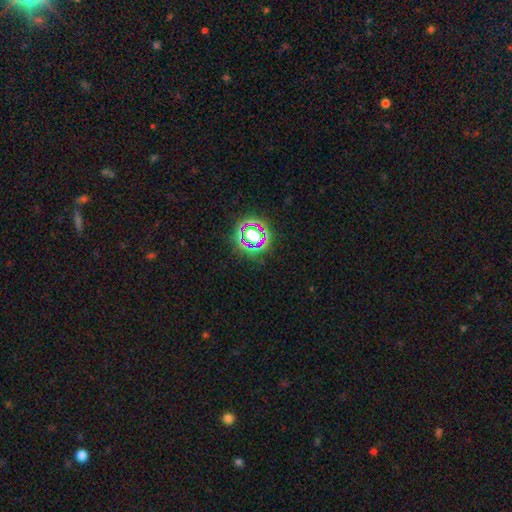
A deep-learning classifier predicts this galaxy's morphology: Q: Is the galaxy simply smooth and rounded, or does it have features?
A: star or artifact — 77%.